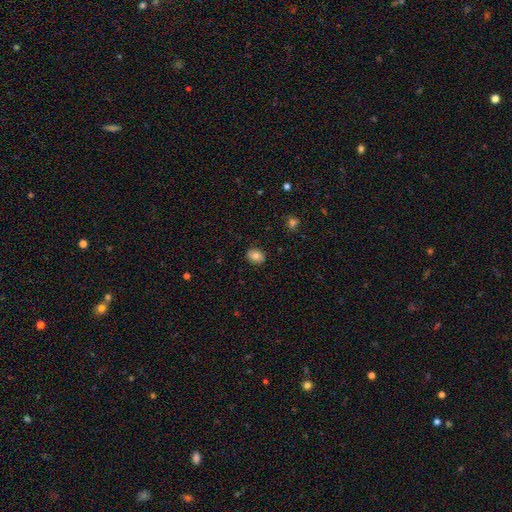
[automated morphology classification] A smooth galaxy with no disk features (78%) that is in between round and cigar-shaped (51%).

Vote fractions:
- Smooth or featured? smooth: 78% / featured or disk: 13% / star or artifact: 9%
- How rounded? in between: 51% / round: 48% / cigar-shaped: 1%
- Merging? none: 88% / minor disturbance: 9% / major disturbance: 2% / merger: 1%